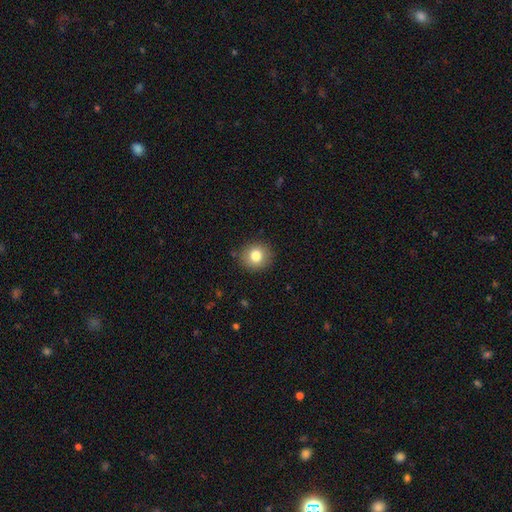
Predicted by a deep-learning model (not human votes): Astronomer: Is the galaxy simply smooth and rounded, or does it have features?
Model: smooth — 81%.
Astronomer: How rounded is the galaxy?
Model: round — 87%.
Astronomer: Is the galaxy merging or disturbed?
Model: none — 87%.